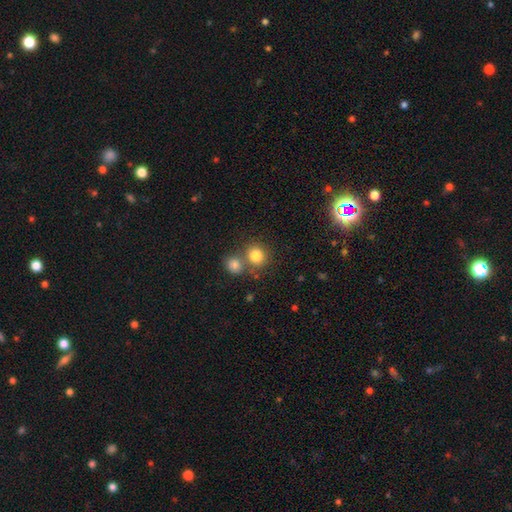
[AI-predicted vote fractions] smooth-or-featured: smooth: 81% | star or artifact: 12% | featured or disk: 7%
  how-rounded: round: 84% | in between: 15% | cigar-shaped: 1%
  merging: none: 60% | merger: 29% | minor disturbance: 8% | major disturbance: 3%